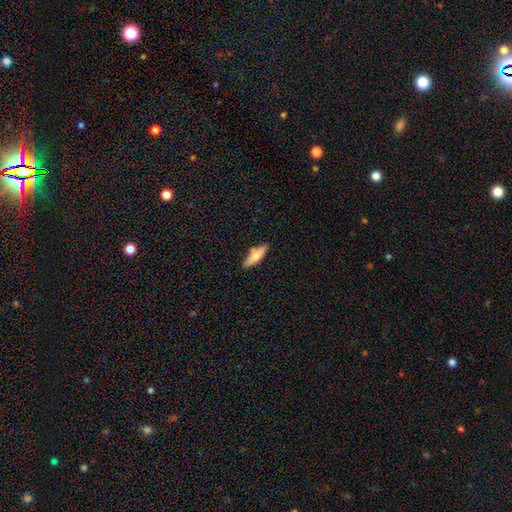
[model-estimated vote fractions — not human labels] Smooth or featured: smooth — 64% (featured or disk — 30%)
How rounded: cigar-shaped — 52% (in between — 46%)
Merging: none — 80% (minor disturbance — 13%)